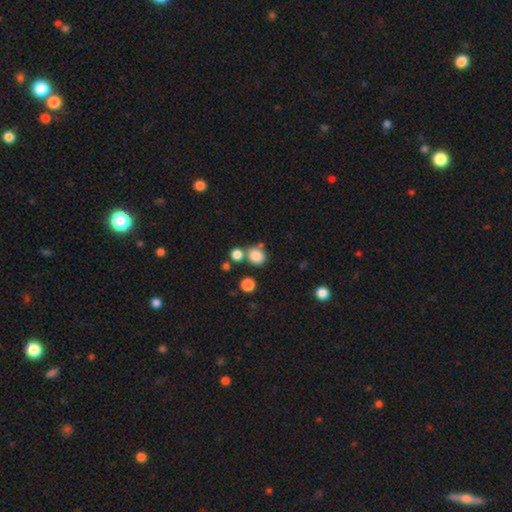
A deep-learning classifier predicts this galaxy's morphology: smooth_or_featured: smooth (p=0.84) [alt: star or artifact p=0.11]
how_rounded: round (p=0.73) [alt: in between p=0.26]
merging: none (p=0.63) [alt: merger p=0.22]